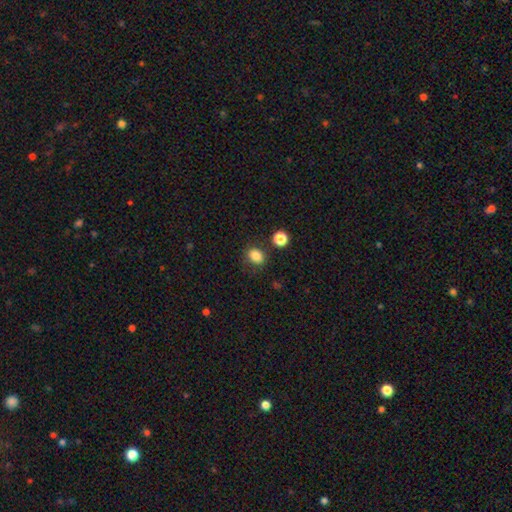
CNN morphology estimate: smooth-or-featured: smooth: 84% | star or artifact: 11% | featured or disk: 5%
  how-rounded: round: 52% | in between: 47% | cigar-shaped: 1%
  merging: none: 79% | minor disturbance: 12% | merger: 5% | major disturbance: 4%